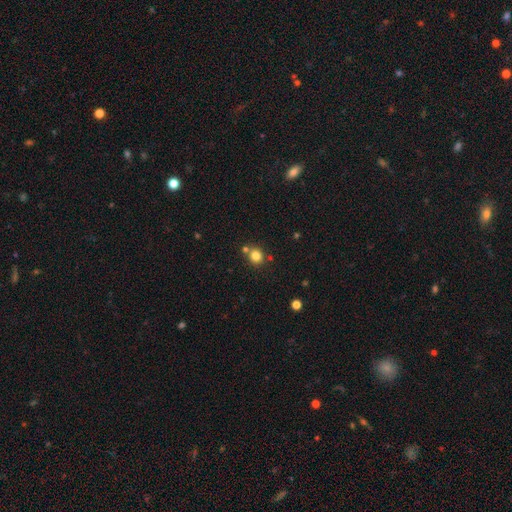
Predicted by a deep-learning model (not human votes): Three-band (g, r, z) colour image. It shows a smooth galaxy with no disk features (81%) that is round (84%). Merging: none (73%).